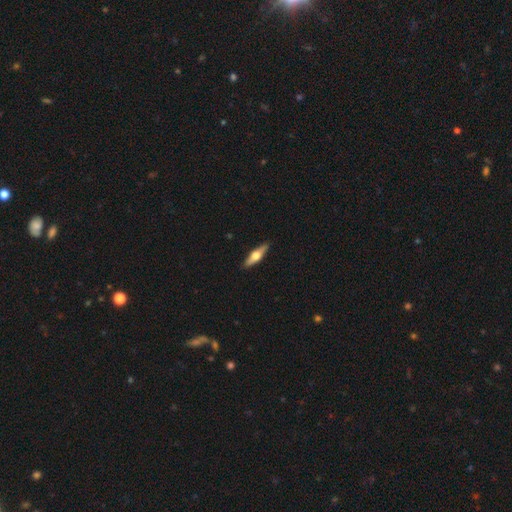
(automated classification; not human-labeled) Smooth or featured?
  - featured or disk: 60% *
  - smooth: 35%
  - star or artifact: 5%
Edge-on disk?
  - yes: 95% *
  - no: 5%
Edge-on bulge?
  - rounded: 94% *
  - boxy: 4%
  - none: 2%
Merging?
  - none: 90% *
  - minor disturbance: 7%
  - major disturbance: 1%
  - merger: 1%